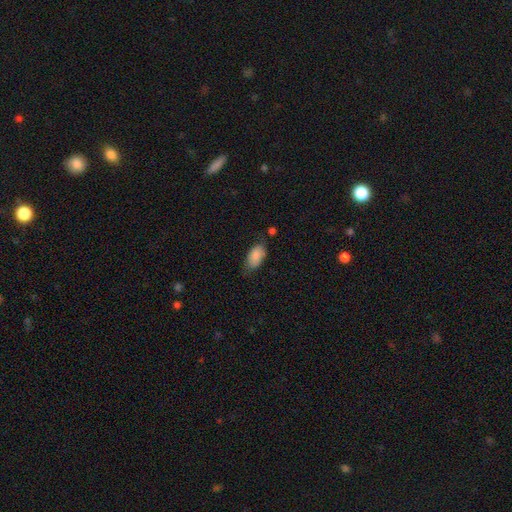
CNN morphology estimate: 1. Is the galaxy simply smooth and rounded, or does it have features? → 87% smooth, 7% star or artifact, 6% featured or disk.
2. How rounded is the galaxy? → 94% in between, 4% round, 3% cigar-shaped.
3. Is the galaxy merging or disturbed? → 66% none, 26% minor disturbance, 6% major disturbance, 3% merger.